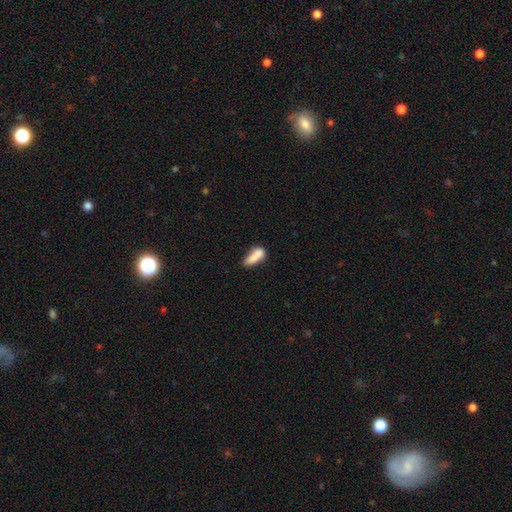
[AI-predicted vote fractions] A smooth galaxy with no disk features (80%) that is in between round and cigar-shaped (57%). Merging: none (49%).